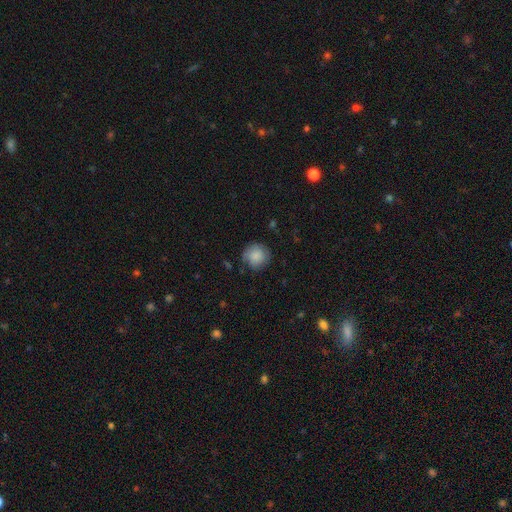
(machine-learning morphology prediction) Smooth or featured: smooth — 84% (featured or disk — 9%)
How rounded: round — 92% (in between — 7%)
Merging: none — 78% (minor disturbance — 16%)